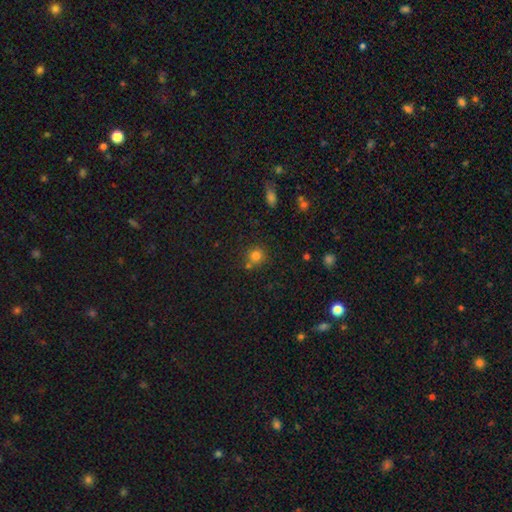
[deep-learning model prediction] A smooth galaxy with no disk features (78%) that is round (88%).

Vote fractions:
- Smooth or featured? smooth: 78% / star or artifact: 15% / featured or disk: 8%
- How rounded? round: 88% / in between: 11% / cigar-shaped: 1%
- Merging? none: 67% / merger: 19% / minor disturbance: 11% / major disturbance: 4%